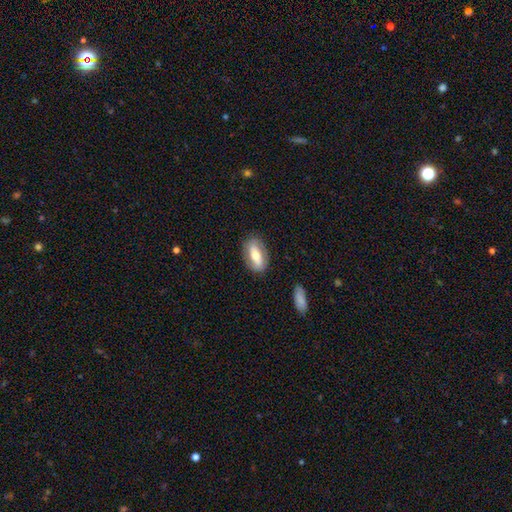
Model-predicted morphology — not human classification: Smooth or featured: smooth — 48% (featured or disk — 46%)
Merging: none — 83% (minor disturbance — 12%)